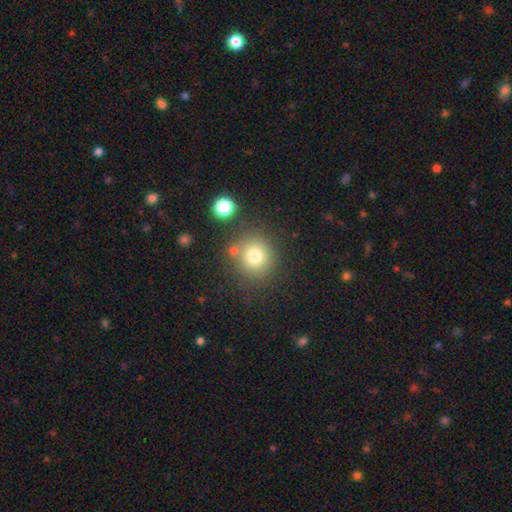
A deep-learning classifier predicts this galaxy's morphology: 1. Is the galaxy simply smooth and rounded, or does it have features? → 62% smooth, 30% star or artifact, 7% featured or disk.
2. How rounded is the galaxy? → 91% round, 8% in between, 1% cigar-shaped.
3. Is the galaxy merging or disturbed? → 84% none, 7% minor disturbance, 6% merger, 3% major disturbance.